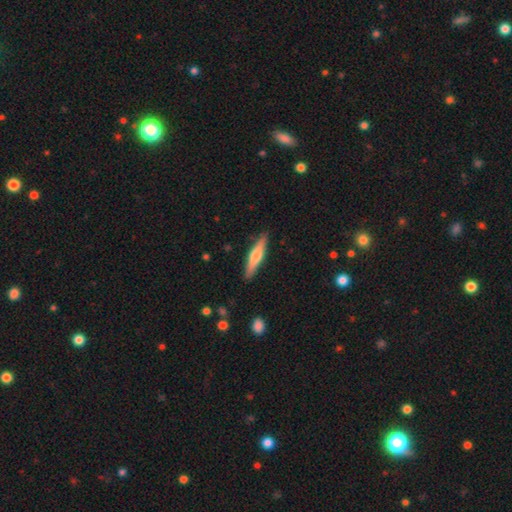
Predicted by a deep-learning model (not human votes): smooth_or_featured: featured or disk (p=0.48) [alt: smooth p=0.46]
merging: none (p=0.89) [alt: minor disturbance p=0.08]